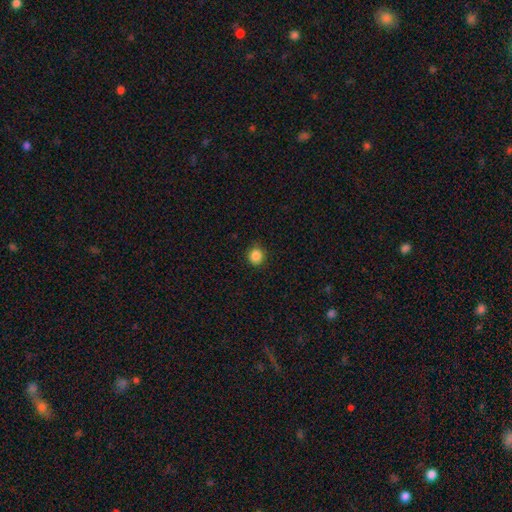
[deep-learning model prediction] Q: Smooth or featured?
A: smooth (86%); runner-up: star or artifact (11%)
Q: How rounded?
A: round (88%); runner-up: in between (11%)
Q: Merging?
A: none (88%); runner-up: minor disturbance (9%)